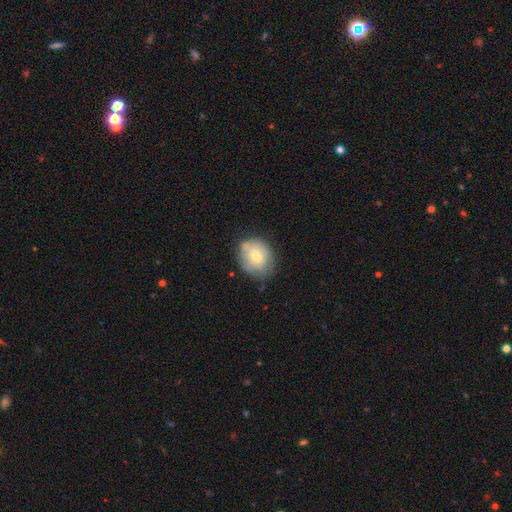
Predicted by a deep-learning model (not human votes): Q: Smooth or featured?
A: smooth (65%); runner-up: featured or disk (26%)
Q: How rounded?
A: round (64%); runner-up: in between (35%)
Q: Merging?
A: none (65%); runner-up: minor disturbance (25%)